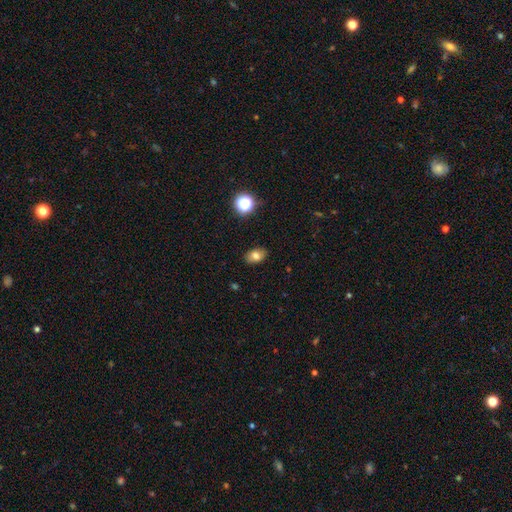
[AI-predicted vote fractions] Overall: smooth (77%). How rounded: in between (82%). Merging: none (86%).